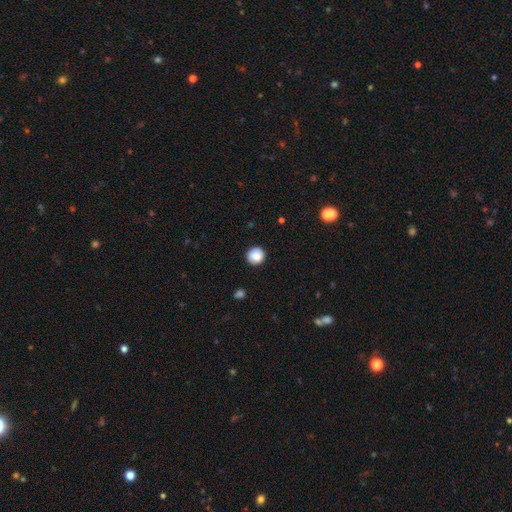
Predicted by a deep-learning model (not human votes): Q: Smooth or featured?
A: smooth (85%); runner-up: star or artifact (9%)
Q: How rounded?
A: round (91%); runner-up: in between (8%)
Q: Merging?
A: none (88%); runner-up: minor disturbance (8%)